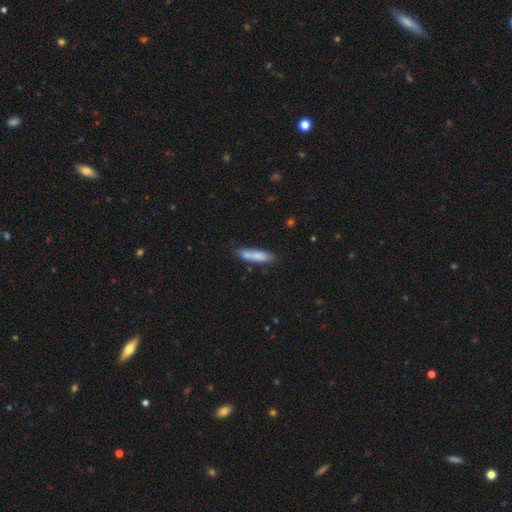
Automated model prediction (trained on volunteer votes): Smooth or featured? Predicted: smooth (p=0.79). How rounded? Predicted: cigar-shaped (p=0.68). Merging? Predicted: none (p=0.67).